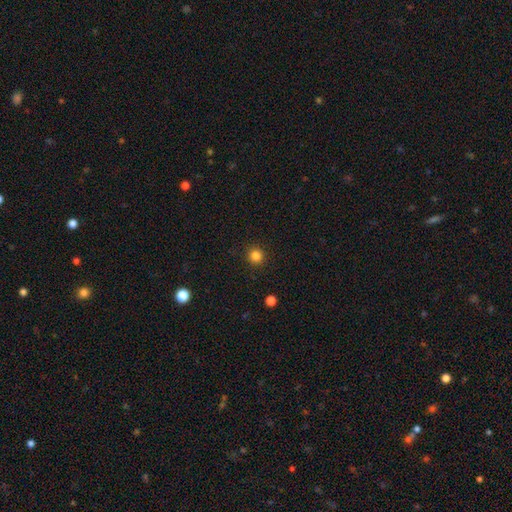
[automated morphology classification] Smooth or featured?
  - smooth: 84% *
  - star or artifact: 12%
  - featured or disk: 4%
How rounded?
  - round: 94% *
  - in between: 5%
  - cigar-shaped: 1%
Merging?
  - none: 92% *
  - minor disturbance: 5%
  - major disturbance: 2%
  - merger: 1%